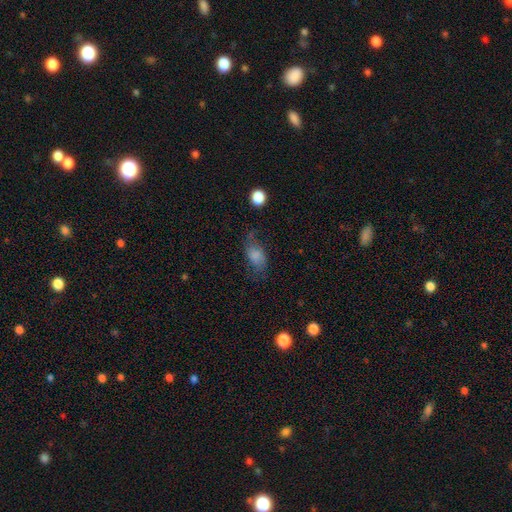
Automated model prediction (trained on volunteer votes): smooth-or-featured: smooth: 67% | featured or disk: 22% | star or artifact: 11%
  how-rounded: in between: 86% | round: 12% | cigar-shaped: 2%
  merging: none: 50% | minor disturbance: 27% | major disturbance: 20% | merger: 3%